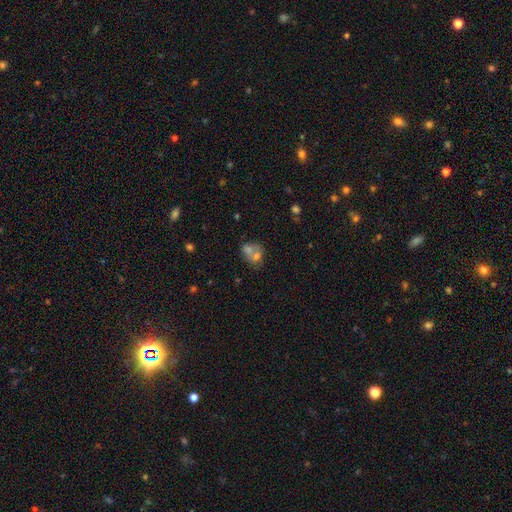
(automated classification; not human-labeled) This is likely a smooth galaxy (60%). How rounded: possibly round (55%). Merging: likely merger (62%).